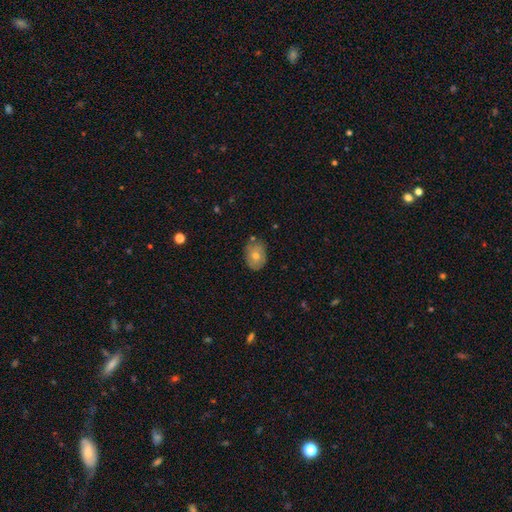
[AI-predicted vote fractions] Smooth or featured? Predicted: smooth (p=0.61). How rounded? Predicted: in between (p=0.62). Merging? Predicted: none (p=0.77).